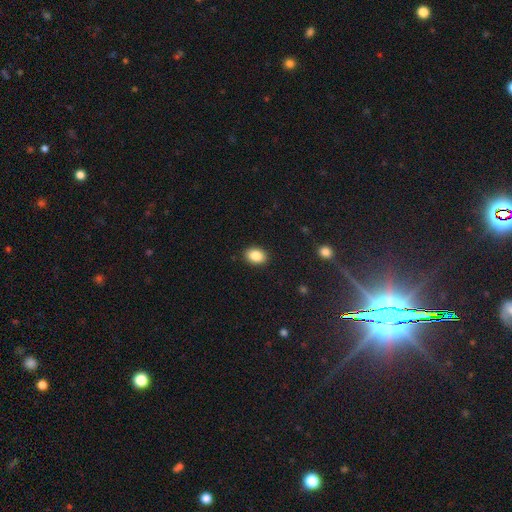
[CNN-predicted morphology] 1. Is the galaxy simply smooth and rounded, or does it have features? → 87% smooth, 8% star or artifact, 5% featured or disk.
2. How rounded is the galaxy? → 75% in between, 24% round, 1% cigar-shaped.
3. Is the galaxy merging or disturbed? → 90% none, 7% minor disturbance, 2% major disturbance, 1% merger.